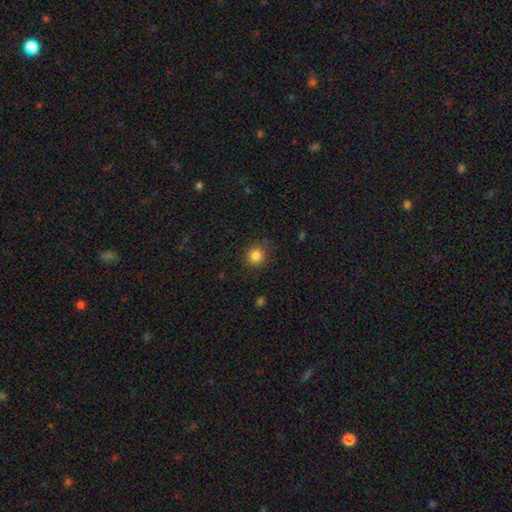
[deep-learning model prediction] This is clearly a smooth galaxy (84%). How rounded: clearly round (90%). Merging: clearly none (85%).